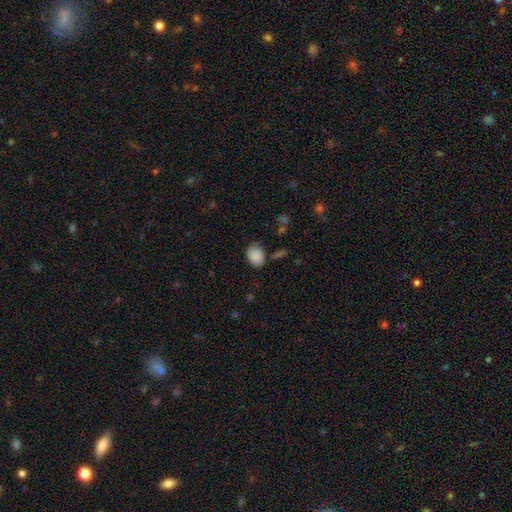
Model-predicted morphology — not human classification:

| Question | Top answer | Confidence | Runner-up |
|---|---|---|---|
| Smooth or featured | smooth | 87% | star or artifact (8%) |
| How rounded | in between | 72% | round (27%) |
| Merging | none | 70% | minor disturbance (21%) |